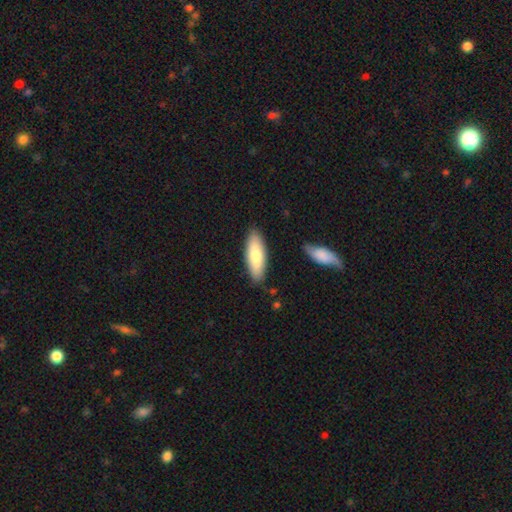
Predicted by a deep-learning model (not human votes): A smooth galaxy with no disk features (72%) that is in between round and cigar-shaped (59%).

Vote fractions:
- Smooth or featured? smooth: 72% / featured or disk: 23% / star or artifact: 5%
- How rounded? in between: 59% / cigar-shaped: 39% / round: 2%
- Merging? none: 85% / minor disturbance: 11% / merger: 2% / major disturbance: 2%